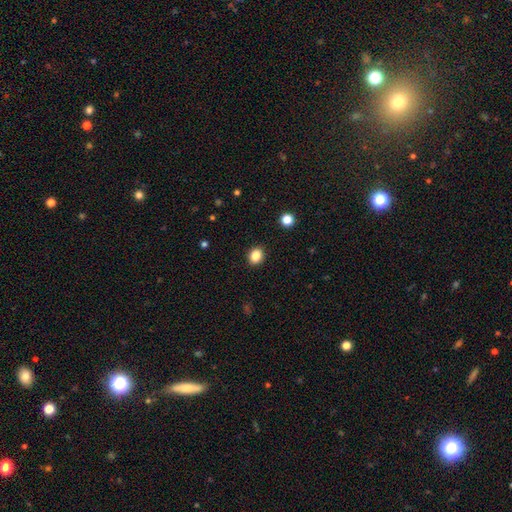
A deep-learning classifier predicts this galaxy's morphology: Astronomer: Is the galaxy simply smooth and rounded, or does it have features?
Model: smooth — 85%.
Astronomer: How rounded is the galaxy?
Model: round — 54% (runner-up: in between, 45%).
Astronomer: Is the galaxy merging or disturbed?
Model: none — 91%.